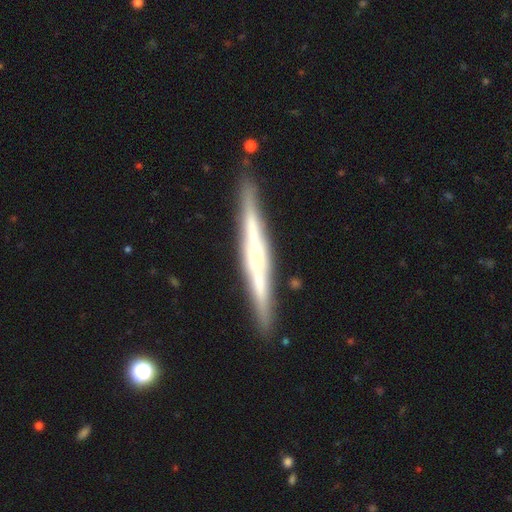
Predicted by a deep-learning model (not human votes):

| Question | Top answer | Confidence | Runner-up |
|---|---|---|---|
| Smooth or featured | featured or disk | 73% | smooth (22%) |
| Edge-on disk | yes | 97% | no (3%) |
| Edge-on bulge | none | 38% | rounded (37%) |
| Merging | none | 88% | minor disturbance (8%) |